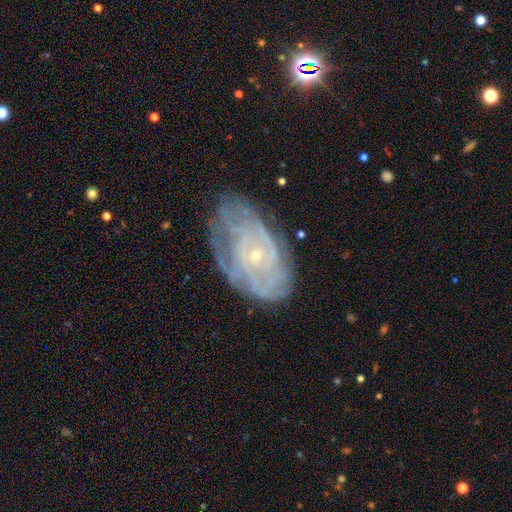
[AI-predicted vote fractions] Smooth or featured? featured or disk (80%)
Edge-on disk? no (95%)
Bar? no (77%)
Spiral arms? yes (87%)
Spiral winding? tight (71%)
Spiral arm count? can't tell (52%)
Bulge size? small (82%)
Merging? none (65%)